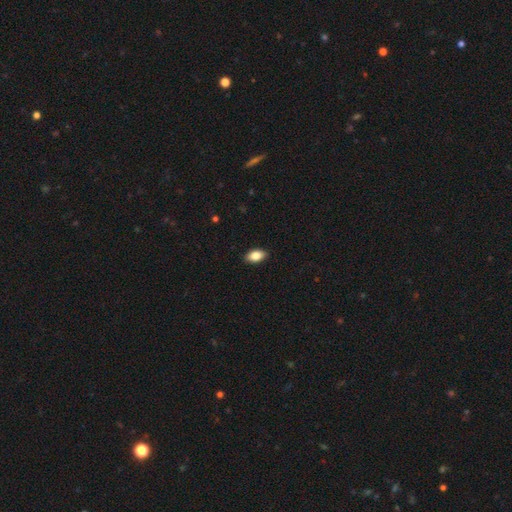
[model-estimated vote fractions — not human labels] Morphology: type=smooth (85%); roundness=in between (92%); merging=none (90%).